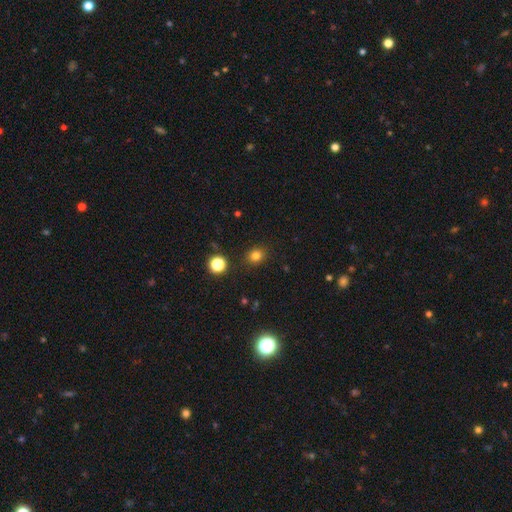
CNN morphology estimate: type=smooth (79%); roundness=round (73%); merging=none (88%).